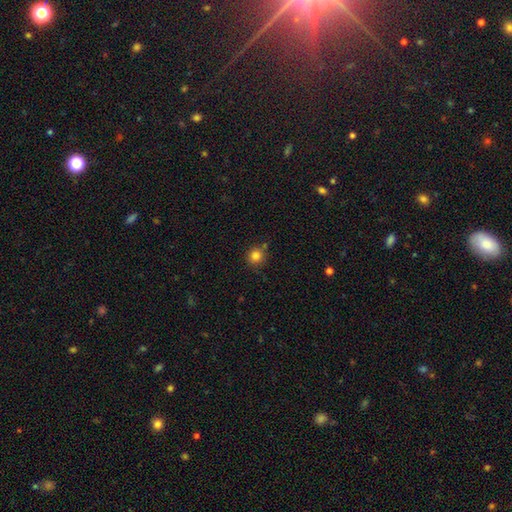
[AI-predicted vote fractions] The model was most divided on "merging": none: 81%, minor disturbance: 10%, merger: 7%, major disturbance: 3%. More confident: how rounded — round (91%); smooth or featured — smooth (83%).